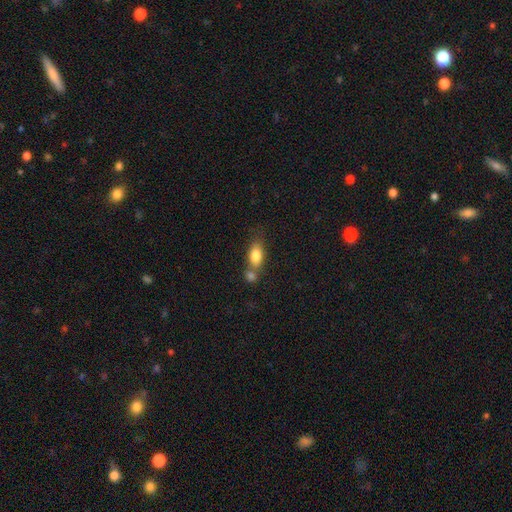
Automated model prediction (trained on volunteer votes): The model was most divided on "merging": merger: 43%, none: 40%, minor disturbance: 12%, major disturbance: 5%. More confident: how rounded — in between (82%); smooth or featured — smooth (80%).